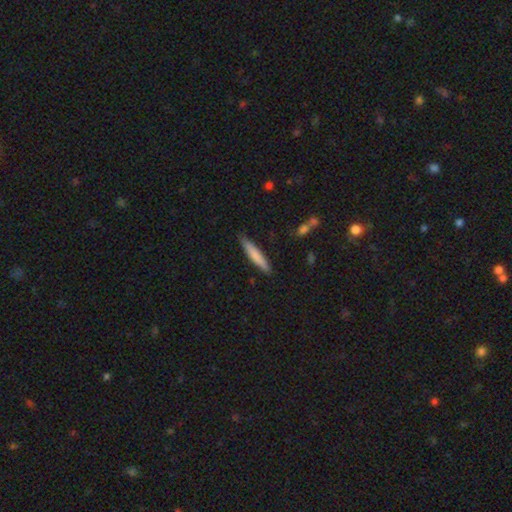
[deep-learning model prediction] Q: Smooth or featured?
A: smooth (77%); runner-up: featured or disk (18%)
Q: How rounded?
A: cigar-shaped (91%); runner-up: in between (7%)
Q: Merging?
A: none (86%); runner-up: minor disturbance (10%)